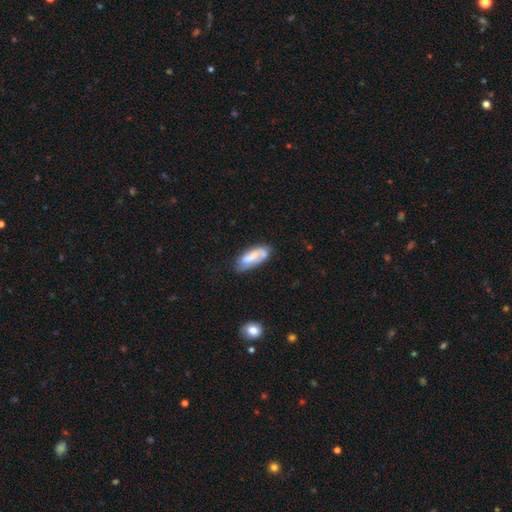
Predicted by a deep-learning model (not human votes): Smooth or featured? Predicted: smooth (p=0.57). How rounded? Predicted: in between (p=0.76). Merging? Predicted: none (p=0.56).